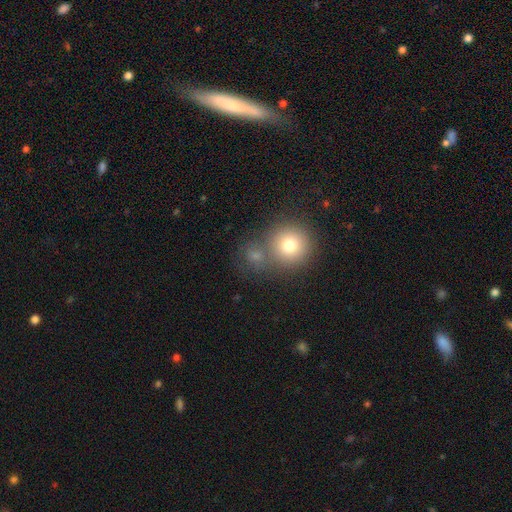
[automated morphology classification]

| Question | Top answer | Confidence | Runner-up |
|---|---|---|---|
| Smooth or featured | smooth | 68% | star or artifact (19%) |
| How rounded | round | 86% | in between (13%) |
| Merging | none | 57% | merger (30%) |